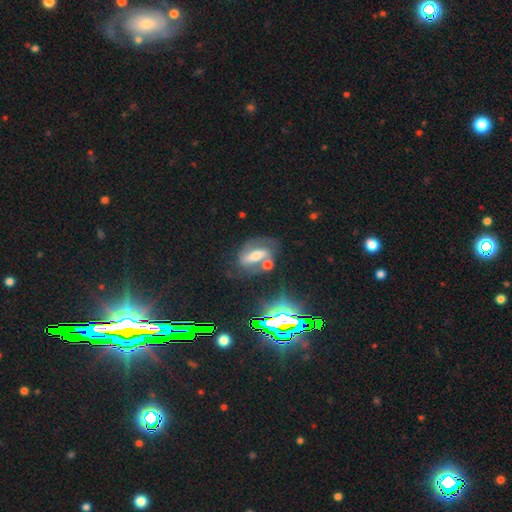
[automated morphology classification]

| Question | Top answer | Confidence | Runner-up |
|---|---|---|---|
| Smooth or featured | featured or disk | 47% | smooth (28%) |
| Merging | none | 59% | minor disturbance (18%) |